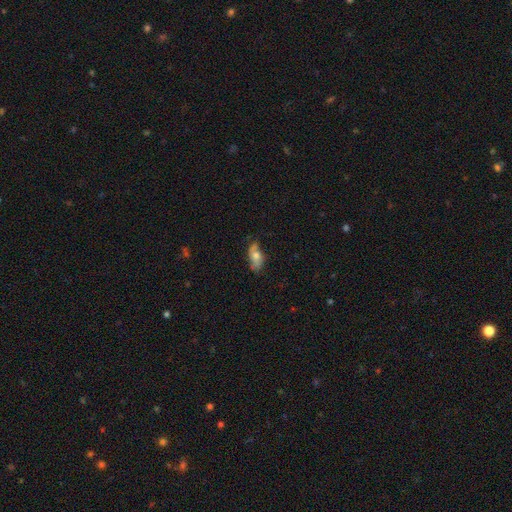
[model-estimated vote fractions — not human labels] Smooth or featured? Predicted: smooth (p=0.55). How rounded? Predicted: in between (p=0.84). Merging? Predicted: none (p=0.68).